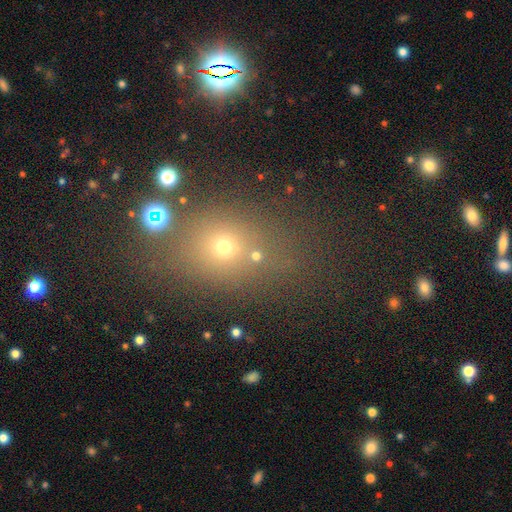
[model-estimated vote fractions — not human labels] smooth 60%, star or artifact 29%, featured or disk 10%. Down the decision tree: how rounded — round (73%); merging — none (69%).